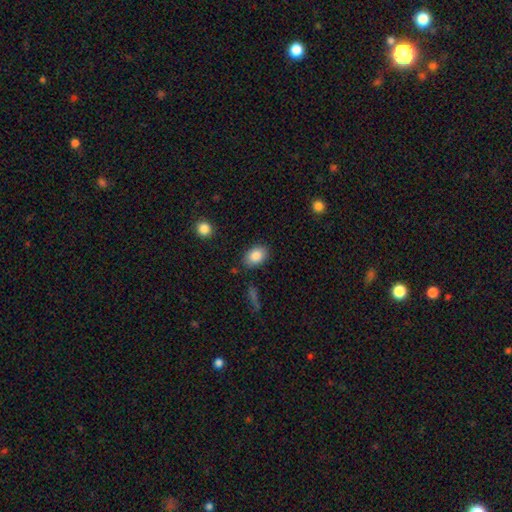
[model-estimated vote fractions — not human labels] Overall: smooth (86%). How rounded: in between (79%). Merging: none (83%).